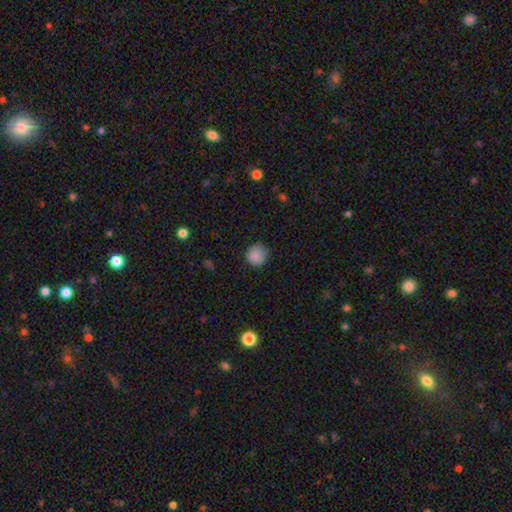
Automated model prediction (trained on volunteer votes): Smooth or featured? Predicted: smooth (p=0.86). How rounded? Predicted: round (p=0.88). Merging? Predicted: none (p=0.77).